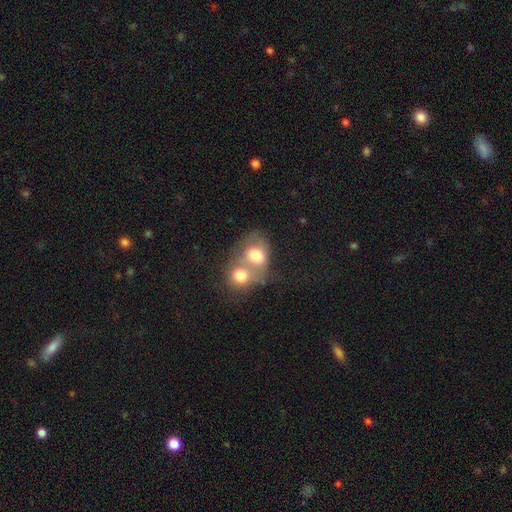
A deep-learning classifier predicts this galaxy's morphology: The model was most divided on "how rounded": in between: 51%, round: 47%, cigar-shaped: 1%. More confident: merging — merger (72%); smooth or featured — smooth (70%).